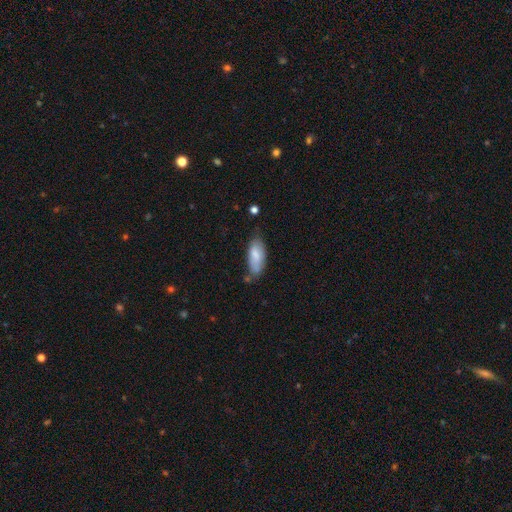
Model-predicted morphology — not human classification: Smooth or featured? smooth (77%)
How rounded? in between (82%)
Merging? none (55%)